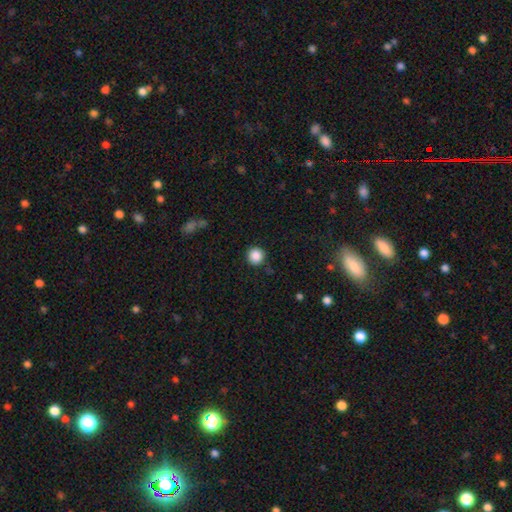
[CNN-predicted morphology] This appears to be a smooth galaxy with no disk features (88%) that is round (94%). Merging: none (89%).